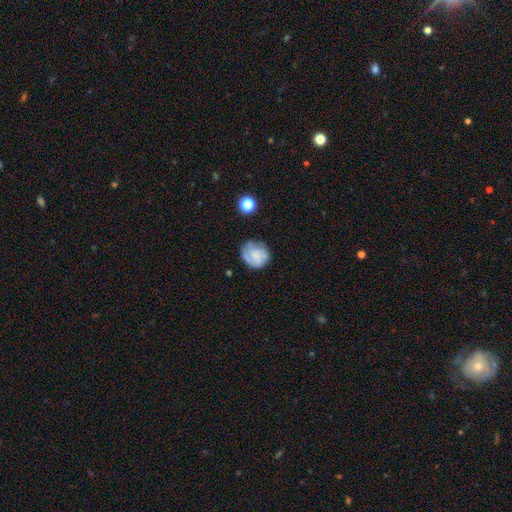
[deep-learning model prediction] Q: Smooth or featured?
A: smooth (46%); runner-up: featured or disk (45%)
Q: Merging?
A: none (68%); runner-up: minor disturbance (20%)